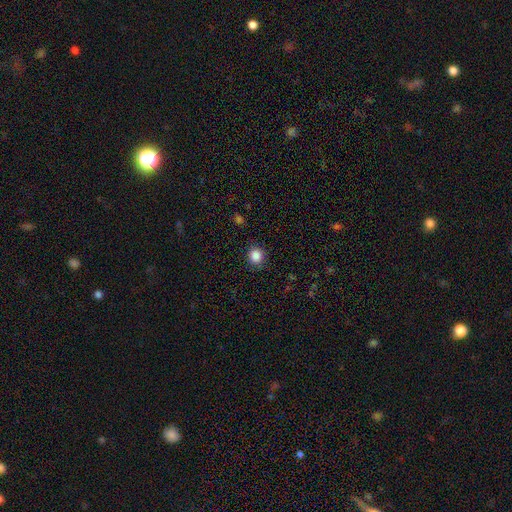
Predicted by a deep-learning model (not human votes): smooth-or-featured: smooth: 86% | star or artifact: 11% | featured or disk: 3%
  how-rounded: round: 88% | in between: 11% | cigar-shaped: 1%
  merging: none: 88% | minor disturbance: 8% | major disturbance: 2% | merger: 1%